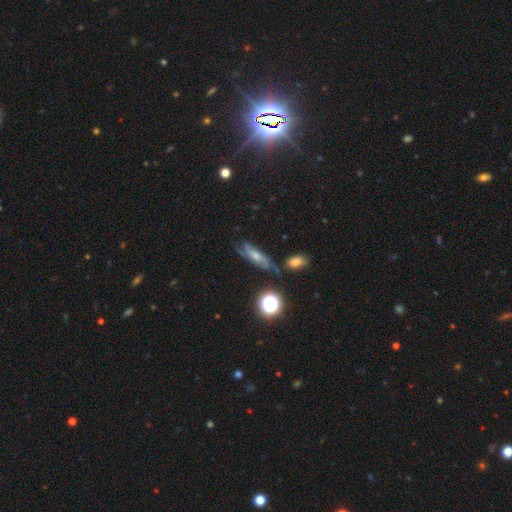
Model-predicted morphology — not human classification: smooth_or_featured: featured or disk (p=0.48) [alt: smooth p=0.35]
merging: none (p=0.58) [alt: minor disturbance p=0.23]